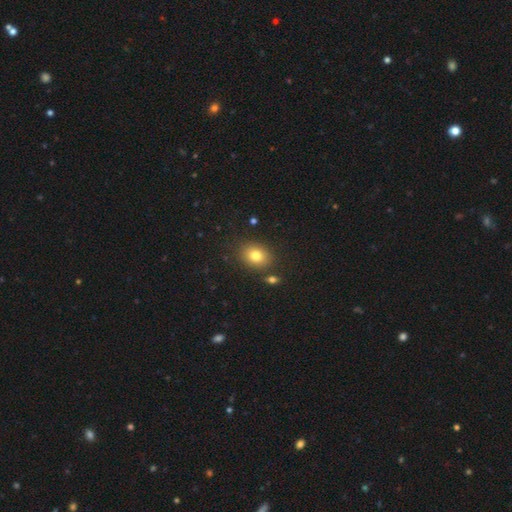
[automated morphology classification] Overall: smooth (79%). How rounded: in between (50%; round 49%). Merging: none (83%).